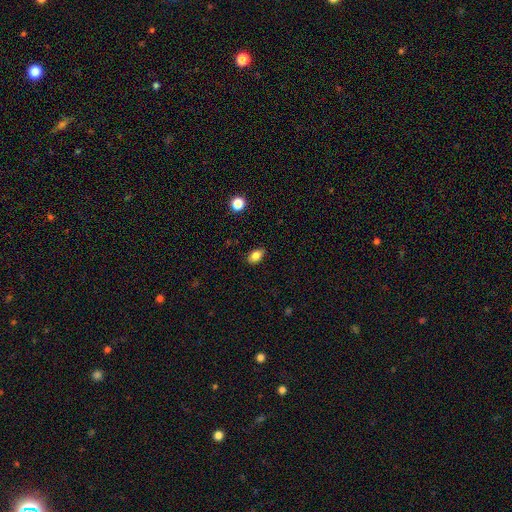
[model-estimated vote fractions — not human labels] A smooth galaxy with no disk features (84%) that is in between round and cigar-shaped (85%).

Vote fractions:
- Smooth or featured? smooth: 84% / star or artifact: 10% / featured or disk: 6%
- How rounded? in between: 85% / round: 13% / cigar-shaped: 2%
- Merging? none: 87% / minor disturbance: 10% / major disturbance: 2% / merger: 1%